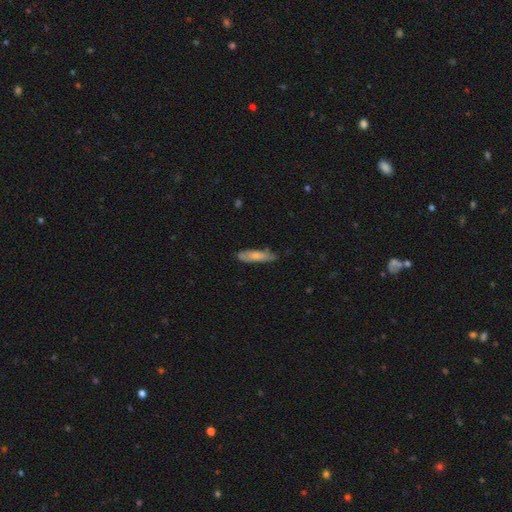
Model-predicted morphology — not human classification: Smooth or featured? smooth (70%)
How rounded? cigar-shaped (68%)
Merging? none (72%)